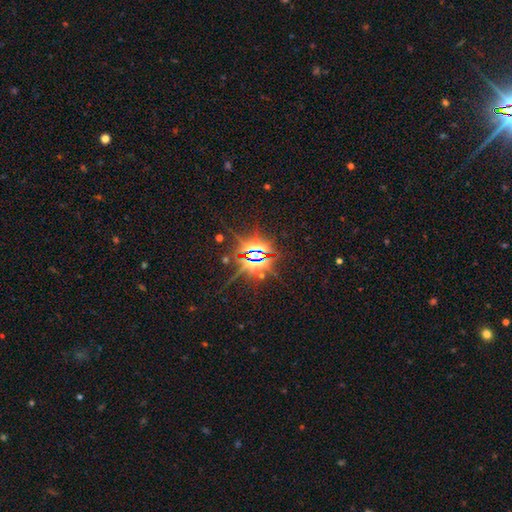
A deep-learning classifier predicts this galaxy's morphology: Smooth or featured: star or artifact — 83% (featured or disk — 9%)